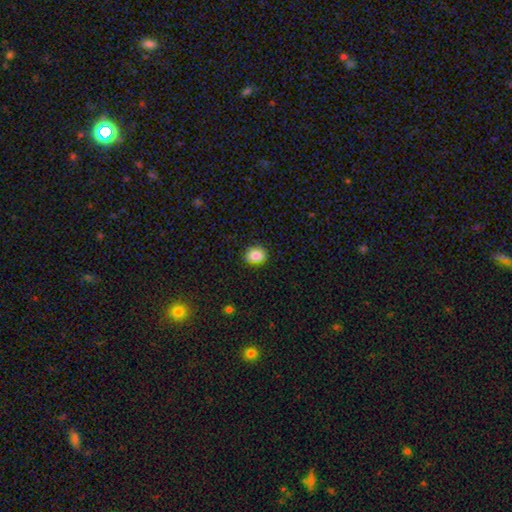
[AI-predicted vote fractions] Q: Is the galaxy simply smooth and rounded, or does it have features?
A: smooth — 86%.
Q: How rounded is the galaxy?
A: round — 50%.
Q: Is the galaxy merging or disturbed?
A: none — 86%.